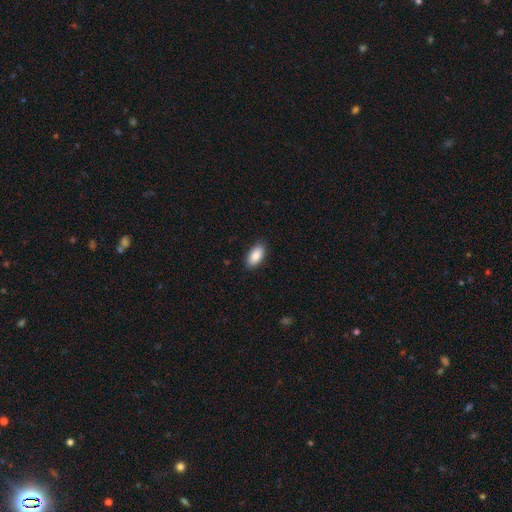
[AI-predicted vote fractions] A smooth galaxy with no disk features (88%) that is in between round and cigar-shaped (93%). Merging: none (88%).